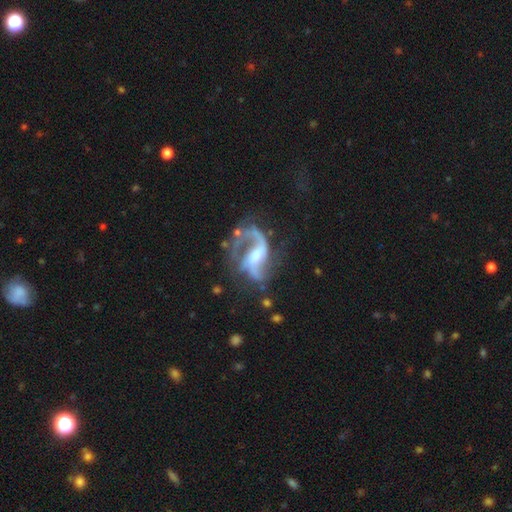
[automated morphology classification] smooth_or_featured: featured or disk (p=0.88) [alt: star or artifact p=0.07]
disk_edge_on: no (p=0.97) [alt: yes p=0.03]
bar: weak (p=0.46) [alt: no p=0.28]
has_spiral_arms: yes (p=0.95) [alt: no p=0.05]
spiral_winding: loose (p=0.47) [alt: medium p=0.43]
spiral_arm_count: 2 (p=0.74) [alt: 1 p=0.14]
bulge_size: moderate (p=0.43) [alt: small p=0.29]
merging: none (p=0.48) [alt: major disturbance p=0.28]